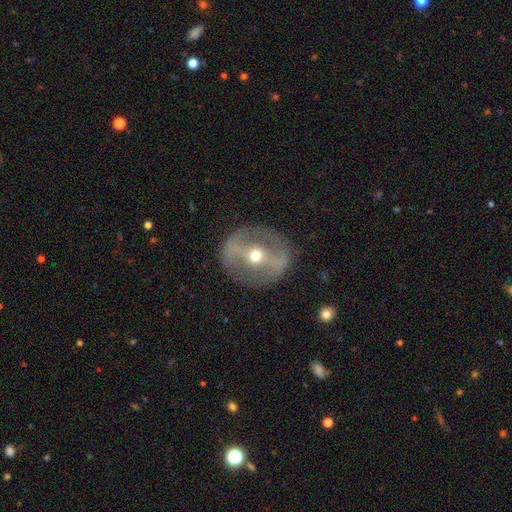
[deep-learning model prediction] A featured or disk galaxy (76%) with a strong bar (55%), no spiral arms (60%) and a moderate central bulge (76%). Merging: none (84%).